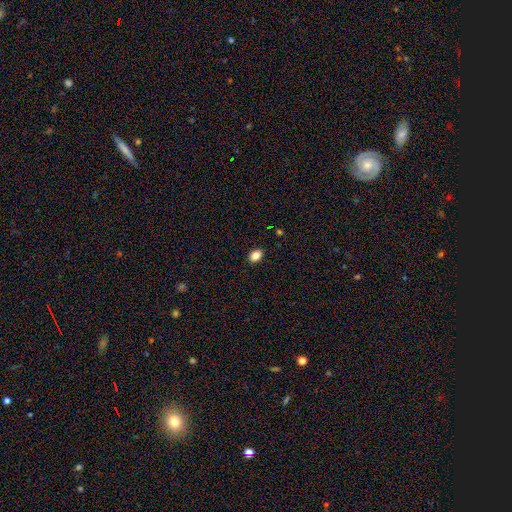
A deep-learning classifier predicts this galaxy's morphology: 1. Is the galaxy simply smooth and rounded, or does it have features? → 86% smooth, 10% star or artifact, 5% featured or disk.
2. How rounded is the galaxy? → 76% in between, 22% round, 1% cigar-shaped.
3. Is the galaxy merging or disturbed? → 90% none, 7% minor disturbance, 2% major disturbance, 1% merger.